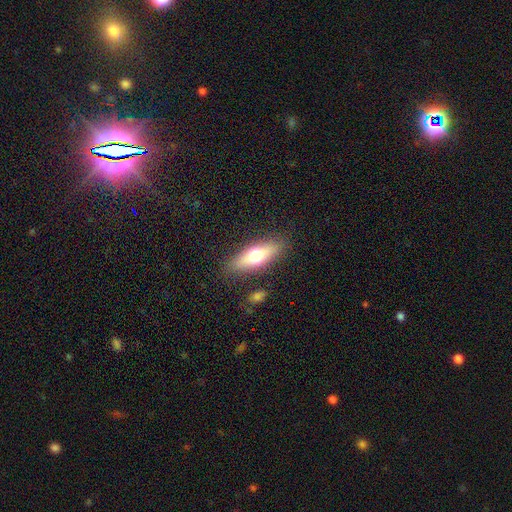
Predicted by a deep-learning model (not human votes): Q: Smooth or featured?
A: smooth (59%); runner-up: featured or disk (34%)
Q: How rounded?
A: in between (54%); runner-up: cigar-shaped (43%)
Q: Merging?
A: none (85%); runner-up: minor disturbance (10%)